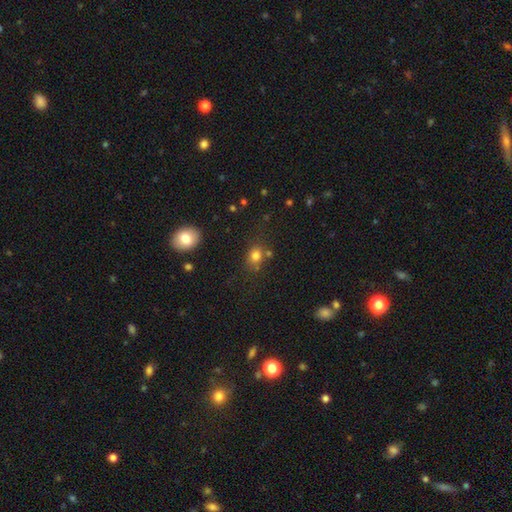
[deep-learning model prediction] Smooth or featured? smooth (78%)
How rounded? round (57%)
Merging? none (67%)